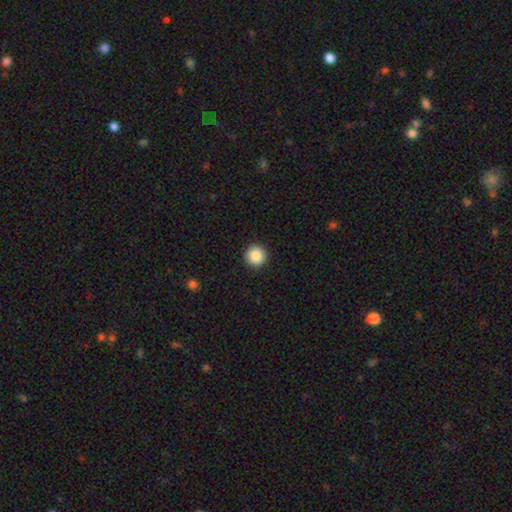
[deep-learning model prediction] Overall: smooth (87%). How rounded: round (96%). Merging: none (93%).